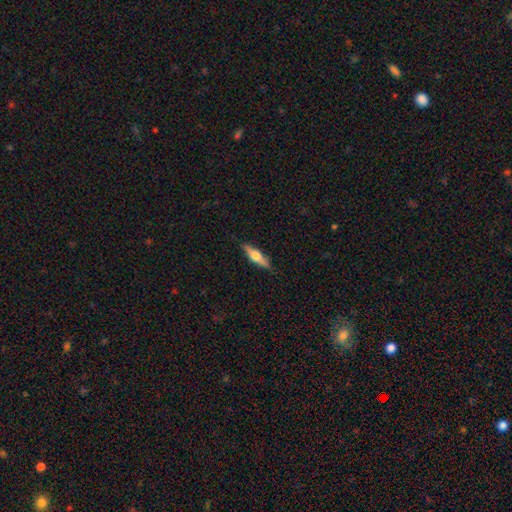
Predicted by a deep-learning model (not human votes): smooth_or_featured: featured or disk (p=0.53) [alt: smooth p=0.41]
disk_edge_on: yes (p=0.94) [alt: no p=0.06]
edge_on_bulge: rounded (p=0.94) [alt: boxy p=0.04]
merging: none (p=0.88) [alt: minor disturbance p=0.10]